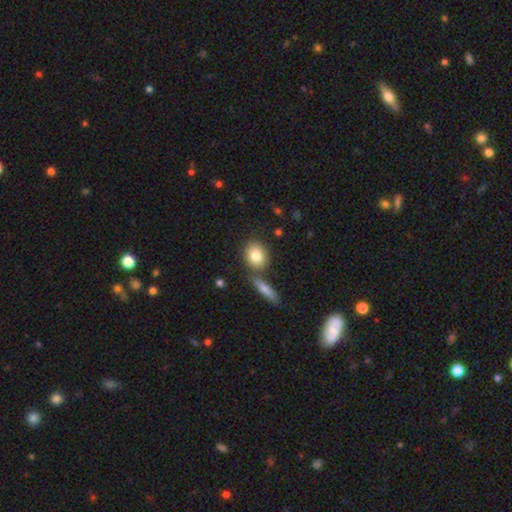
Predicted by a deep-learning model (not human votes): Smooth or featured: smooth — 81% (featured or disk — 11%)
How rounded: round — 59% (in between — 37%)
Merging: none — 68% (merger — 19%)